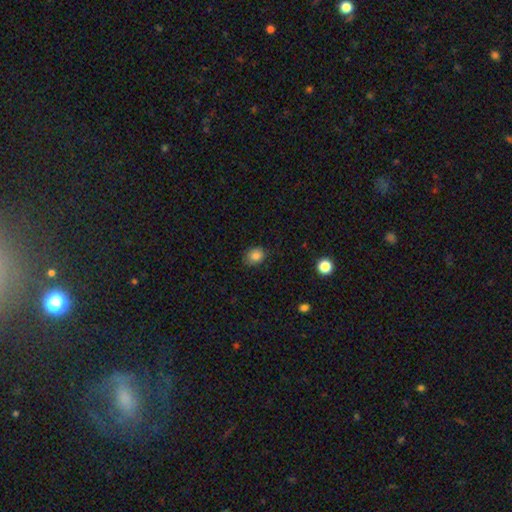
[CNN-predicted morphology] This is clearly a smooth galaxy (84%). How rounded: possibly round (52%). Merging: likely none (78%).